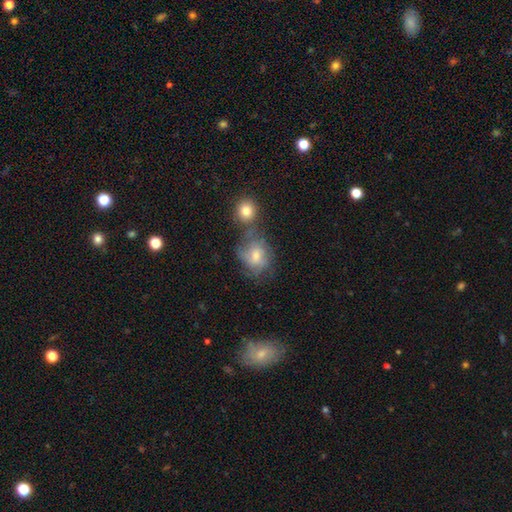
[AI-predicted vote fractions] smooth_or_featured: smooth (p=0.57) [alt: featured or disk p=0.33]
how_rounded: round (p=0.59) [alt: in between p=0.40]
merging: none (p=0.37) [alt: merger p=0.27]